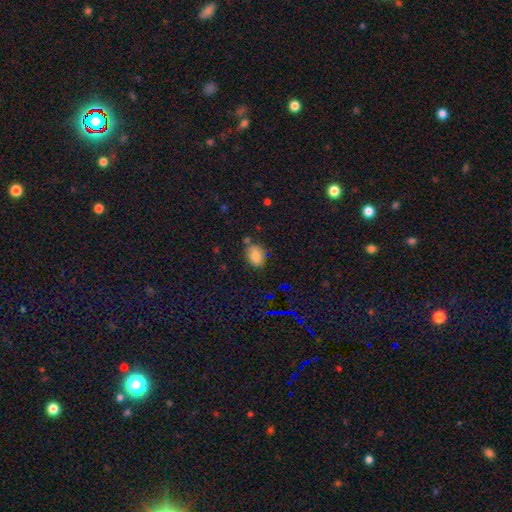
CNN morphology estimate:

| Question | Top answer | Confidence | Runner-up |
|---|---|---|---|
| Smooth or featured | smooth | 78% | star or artifact (14%) |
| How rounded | in between | 75% | round (24%) |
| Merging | none | 74% | minor disturbance (15%) |